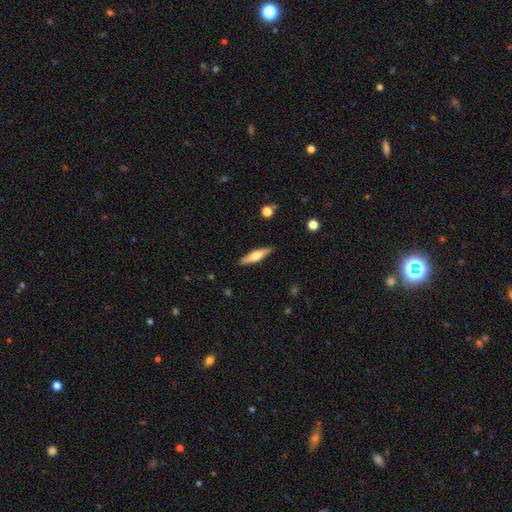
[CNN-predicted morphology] This appears to be a smooth galaxy with no disk features (50%). Merging: none (89%).